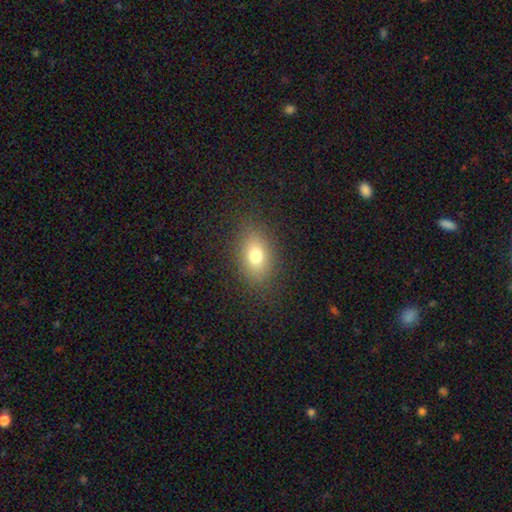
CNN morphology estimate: Overall: smooth (75%). How rounded: in between (79%). Merging: none (85%).